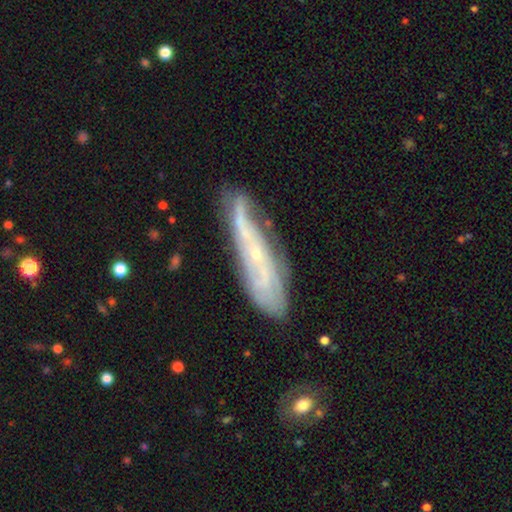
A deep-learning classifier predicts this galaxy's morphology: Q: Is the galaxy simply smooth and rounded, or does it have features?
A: featured or disk — 73%.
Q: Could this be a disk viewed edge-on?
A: no — 64%.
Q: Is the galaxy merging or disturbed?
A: none — 68%.